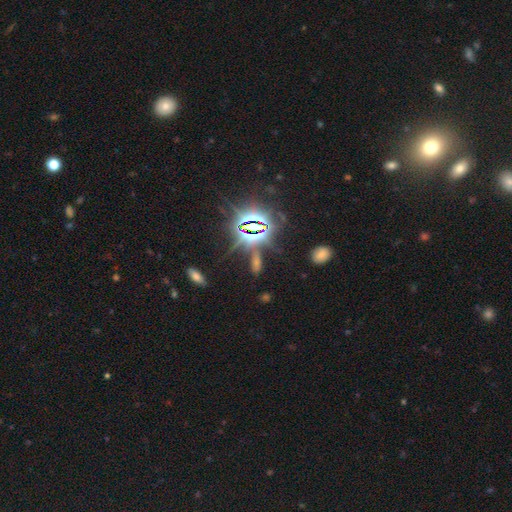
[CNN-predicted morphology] smooth_or_featured: star or artifact (p=0.73) [alt: smooth p=0.15]